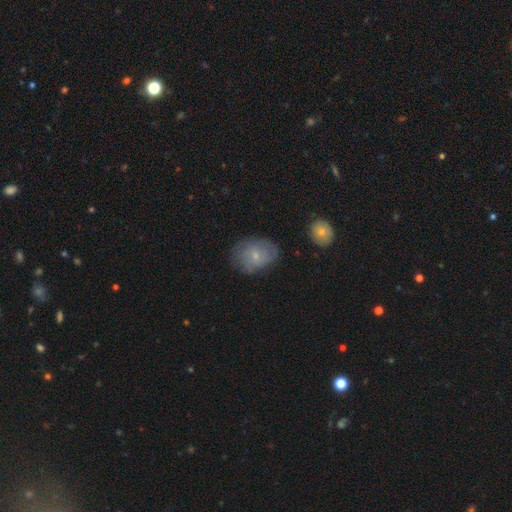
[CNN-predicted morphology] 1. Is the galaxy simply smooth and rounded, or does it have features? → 56% smooth, 36% featured or disk, 8% star or artifact.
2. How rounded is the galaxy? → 65% in between, 34% round, 1% cigar-shaped.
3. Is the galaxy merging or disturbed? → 66% none, 23% minor disturbance, 8% major disturbance, 2% merger.